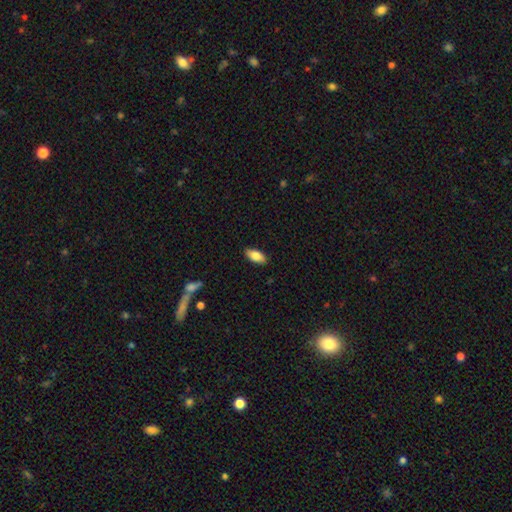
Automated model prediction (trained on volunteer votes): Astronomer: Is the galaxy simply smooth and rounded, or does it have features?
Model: smooth — 85%.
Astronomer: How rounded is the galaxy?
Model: in between — 90%.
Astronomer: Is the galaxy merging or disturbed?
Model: none — 88%.